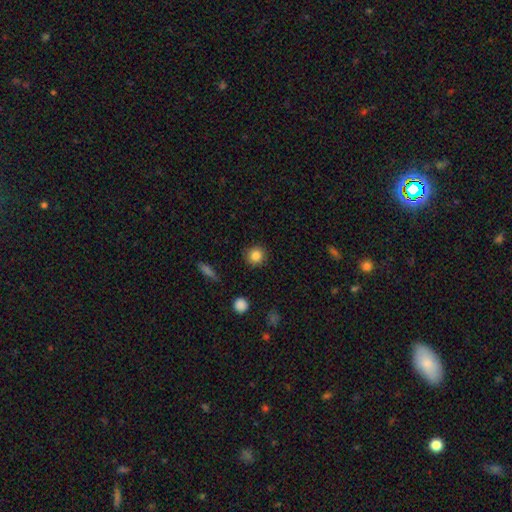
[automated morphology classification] Overall: smooth (85%). How rounded: round (92%). Merging: none (90%).